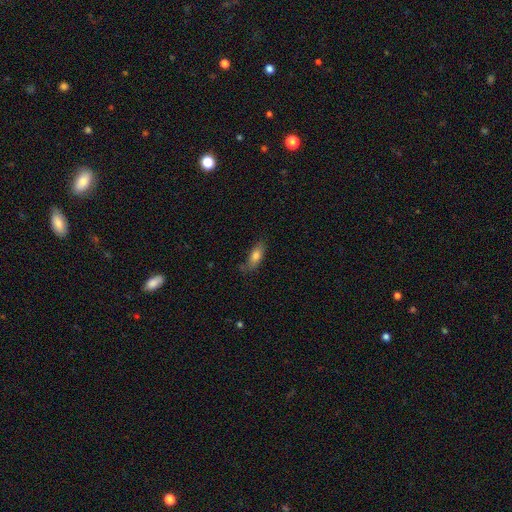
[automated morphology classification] Smooth or featured? smooth (76%)
How rounded? in between (76%)
Merging? none (63%)